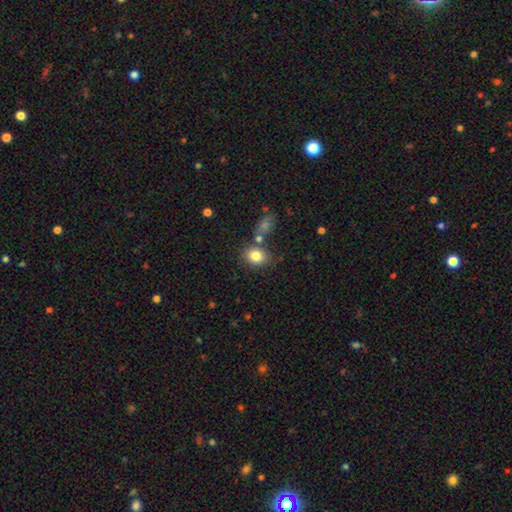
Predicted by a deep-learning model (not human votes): Morphology: type=smooth (82%); roundness=round (51%); merging=none (69%).